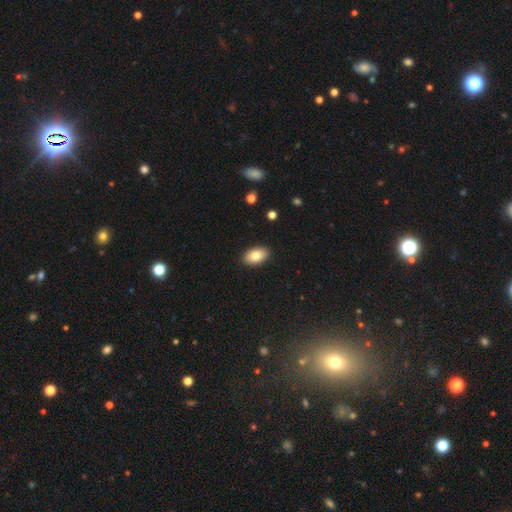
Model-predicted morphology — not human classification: A smooth galaxy with no disk features (80%) that is in between round and cigar-shaped (92%). Merging: none (90%).